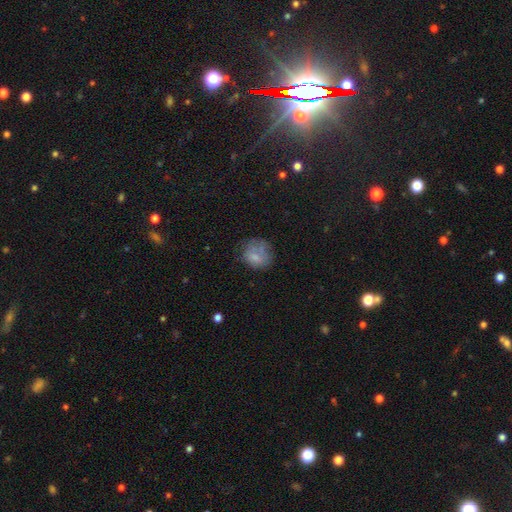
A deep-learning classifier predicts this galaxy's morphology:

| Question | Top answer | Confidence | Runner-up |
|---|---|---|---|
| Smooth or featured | smooth | 68% | featured or disk (22%) |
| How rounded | round | 74% | in between (25%) |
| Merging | none | 54% | minor disturbance (25%) |